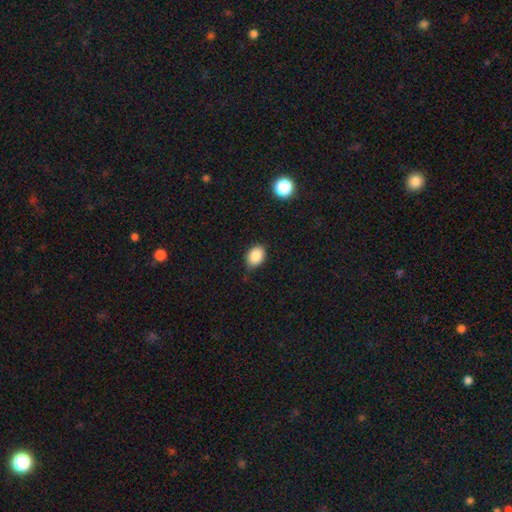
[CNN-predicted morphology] The model was most divided on "merging": none: 73%, minor disturbance: 22%, major disturbance: 3%, merger: 2%. More confident: smooth or featured — smooth (87%); how rounded — in between (76%).